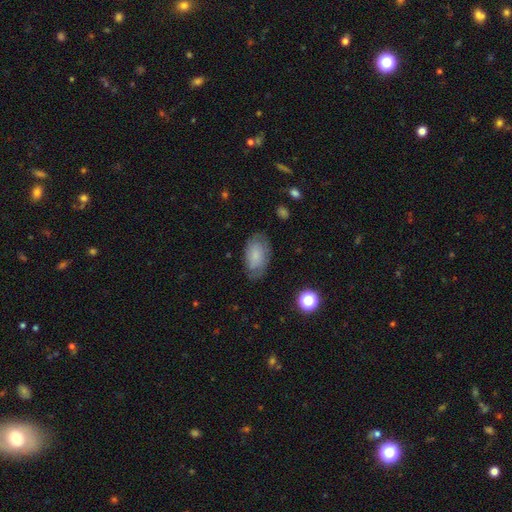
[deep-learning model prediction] smooth 65%, featured or disk 26%, star or artifact 9%. Down the decision tree: how rounded — in between (93%); merging — none (71%).